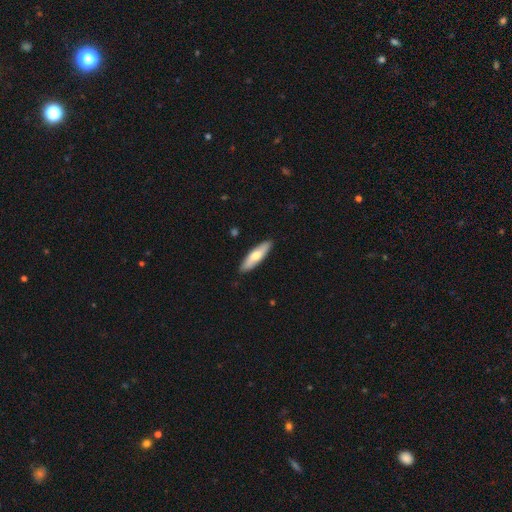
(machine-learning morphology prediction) A smooth galaxy with no disk features (62%) that is cigar-shaped (61%).

Vote fractions:
- Smooth or featured? smooth: 62% / featured or disk: 33% / star or artifact: 5%
- How rounded? cigar-shaped: 61% / in between: 37% / round: 2%
- Merging? none: 89% / minor disturbance: 8% / major disturbance: 1% / merger: 1%